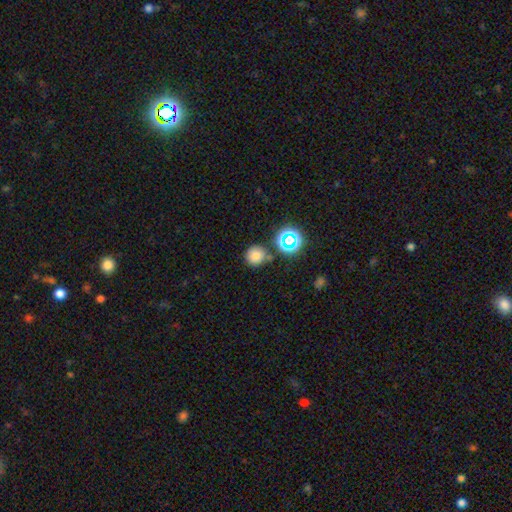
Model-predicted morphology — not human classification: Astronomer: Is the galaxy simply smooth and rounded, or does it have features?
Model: smooth — 75%.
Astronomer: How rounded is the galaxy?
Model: round — 91%.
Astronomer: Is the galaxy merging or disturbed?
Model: none — 73%.